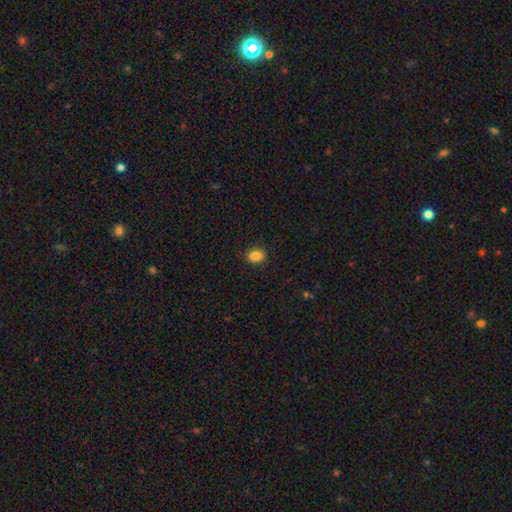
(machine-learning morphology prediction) smooth-or-featured: smooth: 87% | star or artifact: 10% | featured or disk: 3%
  how-rounded: in between: 70% | round: 29% | cigar-shaped: 1%
  merging: none: 88% | minor disturbance: 9% | major disturbance: 2% | merger: 1%